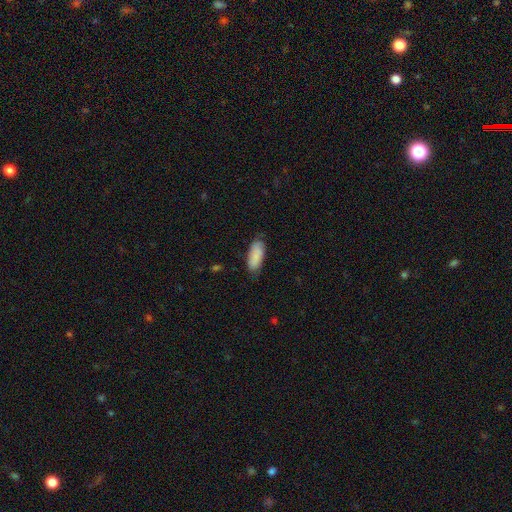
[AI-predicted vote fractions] The model was most divided on "merging": none: 70%, minor disturbance: 24%, major disturbance: 5%, merger: 1%. More confident: smooth or featured — smooth (84%); how rounded — in between (82%).